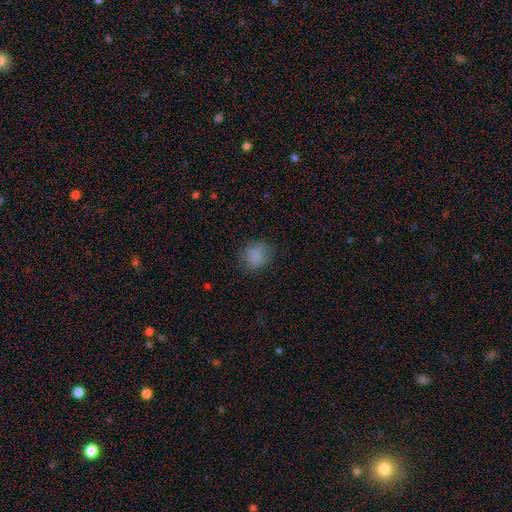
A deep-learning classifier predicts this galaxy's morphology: smooth_or_featured: smooth (p=0.84) [alt: star or artifact p=0.10]
how_rounded: round (p=0.61) [alt: in between p=0.38]
merging: none (p=0.76) [alt: minor disturbance p=0.17]